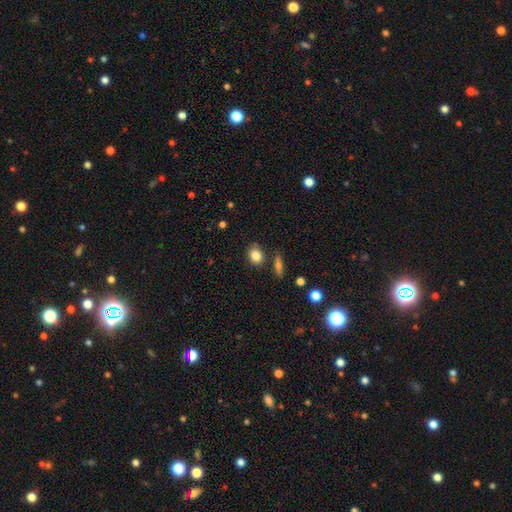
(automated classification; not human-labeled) This appears to be a smooth galaxy with no disk features (83%) that is round (49%, tied with in between). Merging: none (75%).